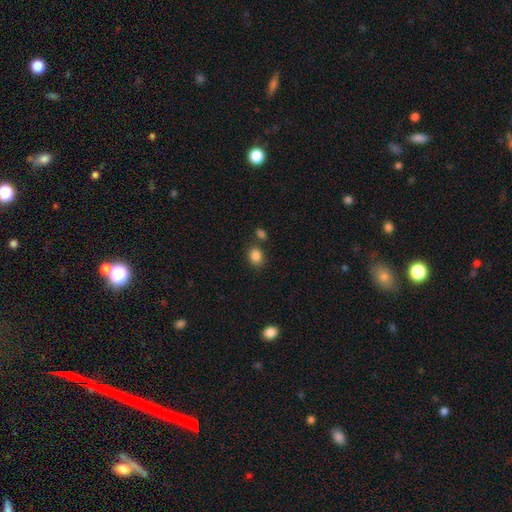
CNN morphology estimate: Overall: smooth (86%). How rounded: in between (51%; round 48%). Merging: none (73%).